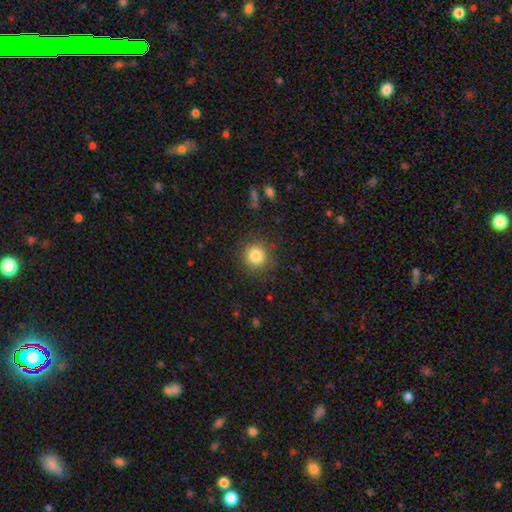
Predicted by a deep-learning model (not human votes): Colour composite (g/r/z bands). It shows a smooth galaxy with no disk features (84%) that is round (90%). Merging: none (86%).